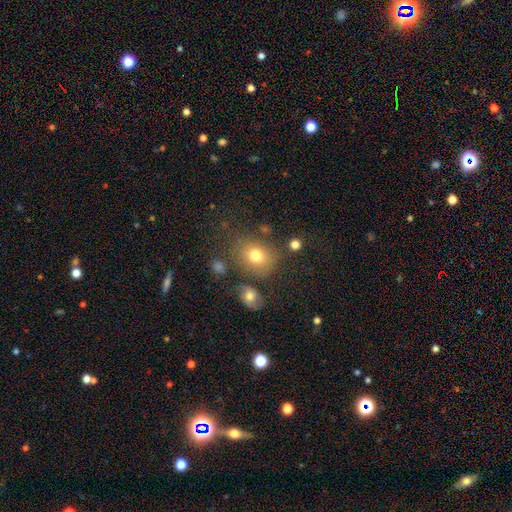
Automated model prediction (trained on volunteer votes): Smooth or featured? smooth (75%)
How rounded? round (54%)
Merging? none (71%)